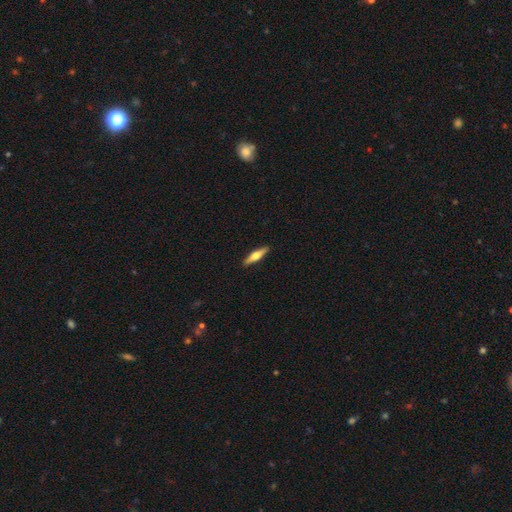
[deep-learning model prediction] Smooth or featured? Predicted: featured or disk (p=0.53). Edge-on disk? Predicted: yes (p=0.95). Edge-on bulge? Predicted: rounded (p=0.92). Merging? Predicted: none (p=0.91).